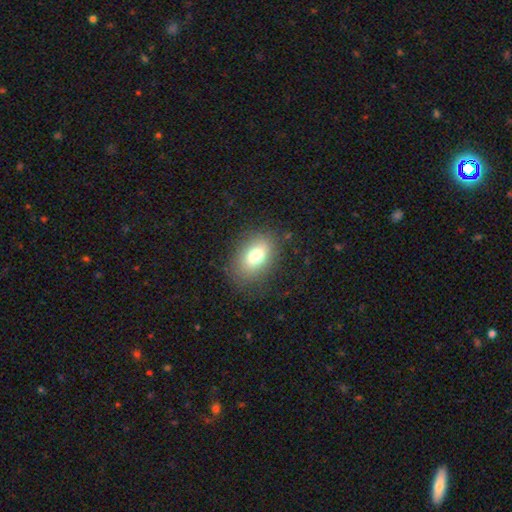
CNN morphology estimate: Overall: smooth (74%). How rounded: in between (78%). Merging: none (81%).